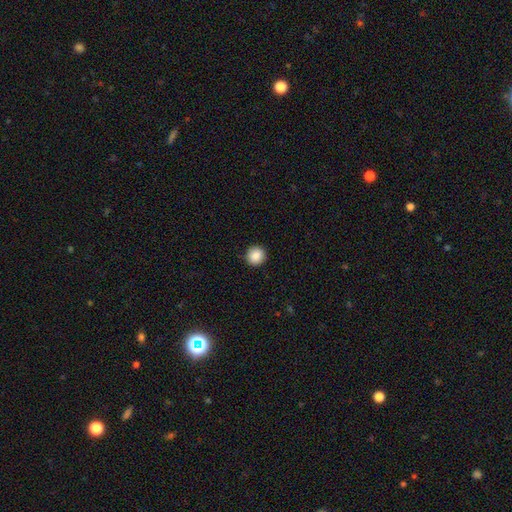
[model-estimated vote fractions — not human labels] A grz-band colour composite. It shows a smooth galaxy with no disk features (88%) that is round (94%). Merging: none (92%).